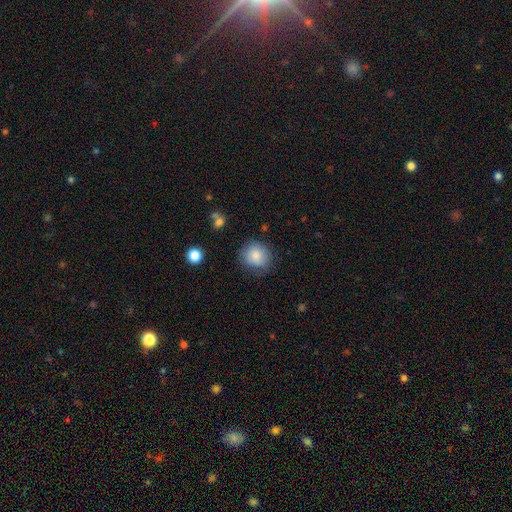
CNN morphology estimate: The model was most divided on "merging": none: 76%, minor disturbance: 18%, major disturbance: 5%, merger: 2%. More confident: smooth or featured — smooth (84%); how rounded — round (81%).